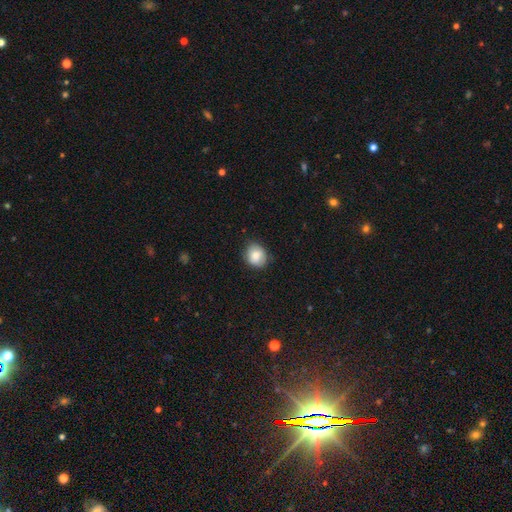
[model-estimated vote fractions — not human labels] This appears to be a smooth galaxy with no disk features (80%) that is round (69%). Merging: none (77%).